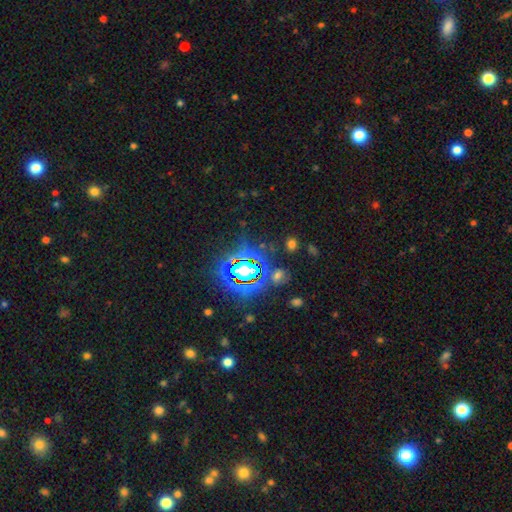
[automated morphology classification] This appears to be a star or artifact, not a galaxy (82%).